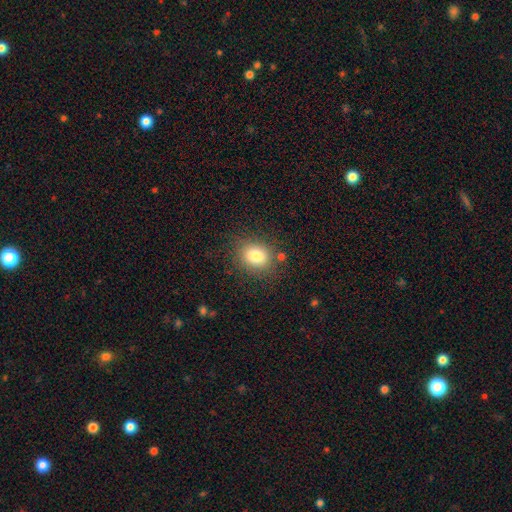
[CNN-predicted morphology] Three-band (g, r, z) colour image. It shows a smooth galaxy with no disk features (82%) that is round (56%). Merging: none (80%).